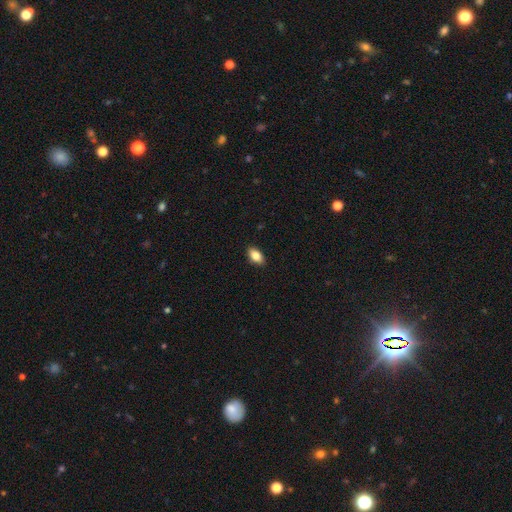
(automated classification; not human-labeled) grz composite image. It shows a smooth galaxy with no disk features (85%) that is in between round and cigar-shaped (91%). Merging: none (89%).